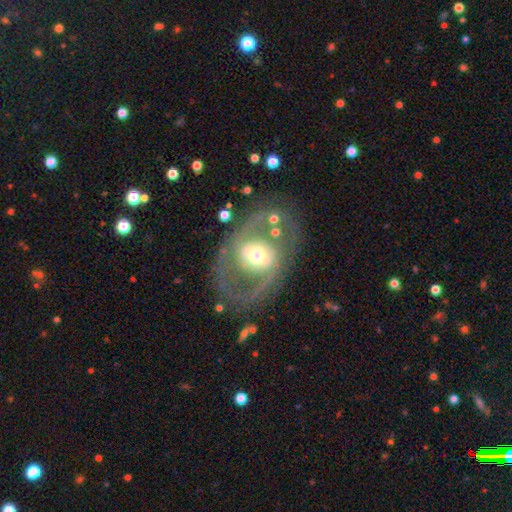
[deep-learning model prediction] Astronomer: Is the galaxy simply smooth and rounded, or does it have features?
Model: featured or disk — 73%.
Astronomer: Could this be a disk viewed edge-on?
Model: no — 94%.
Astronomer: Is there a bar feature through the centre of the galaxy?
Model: no — 51% (runner-up: weak, 30%).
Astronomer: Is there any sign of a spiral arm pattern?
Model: no — 51% (runner-up: yes, 49%).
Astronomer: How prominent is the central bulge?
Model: moderate — 62%.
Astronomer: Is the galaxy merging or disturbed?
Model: none — 71%.